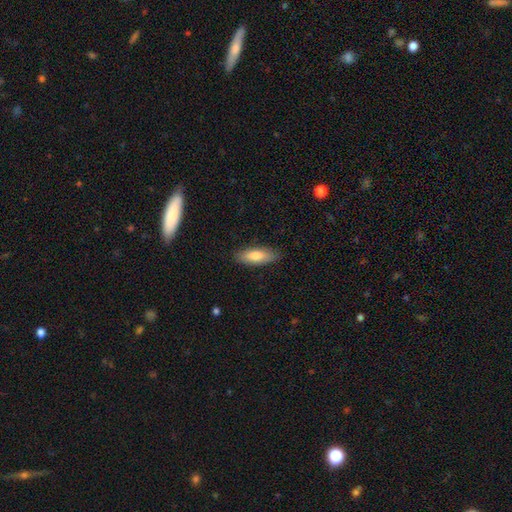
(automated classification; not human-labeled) Smooth or featured? smooth (76%)
How rounded? in between (65%)
Merging? none (86%)